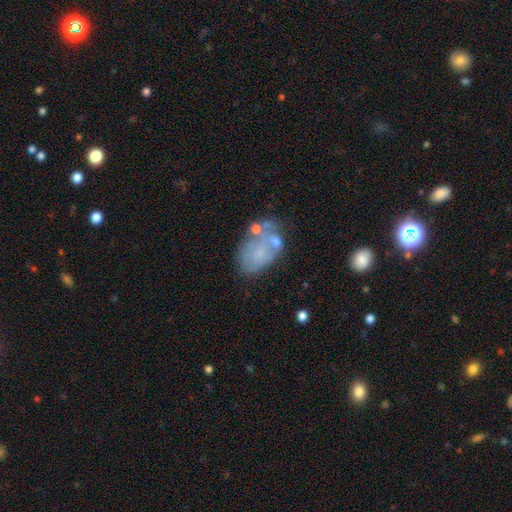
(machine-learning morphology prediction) A smooth galaxy with no disk features (46%). Merging: none (33%).